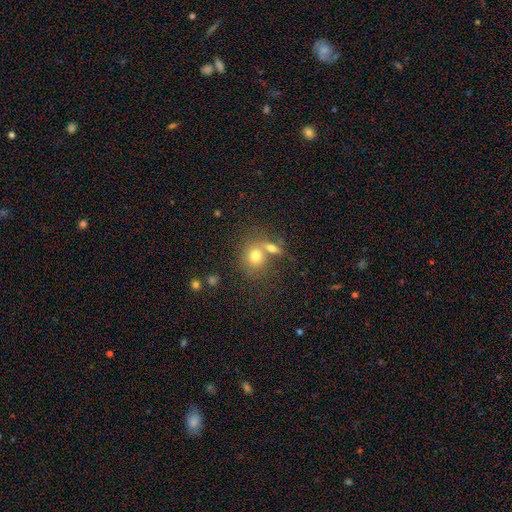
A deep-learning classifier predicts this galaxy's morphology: Overall: smooth (74%). How rounded: round (67%; in between 31%). Merging: merger (43%; none 41%).